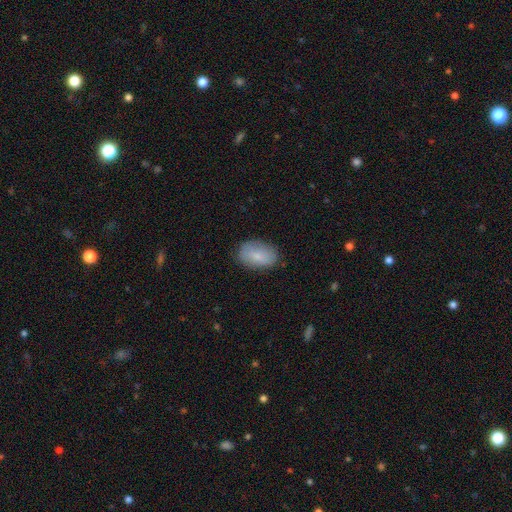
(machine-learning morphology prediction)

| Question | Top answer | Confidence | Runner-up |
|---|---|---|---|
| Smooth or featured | smooth | 81% | featured or disk (13%) |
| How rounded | in between | 90% | round (8%) |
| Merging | none | 80% | minor disturbance (15%) |